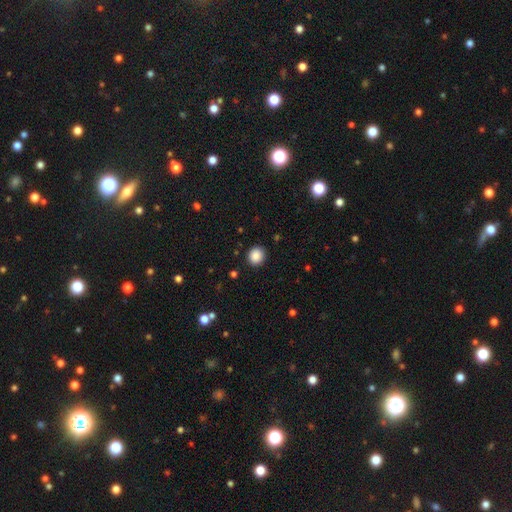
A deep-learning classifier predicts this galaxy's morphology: Smooth or featured? smooth (88%)
How rounded? round (84%)
Merging? none (91%)